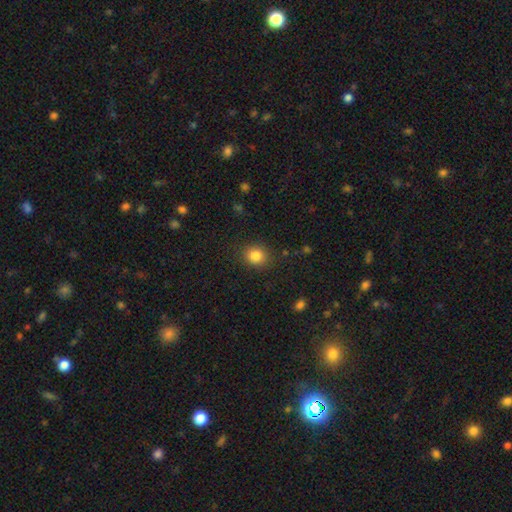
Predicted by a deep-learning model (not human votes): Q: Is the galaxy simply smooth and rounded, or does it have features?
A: smooth — 84%.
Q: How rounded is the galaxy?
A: round — 76%.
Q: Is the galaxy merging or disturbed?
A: none — 86%.